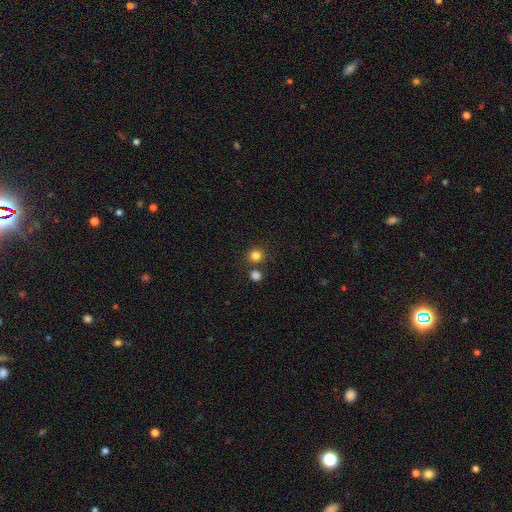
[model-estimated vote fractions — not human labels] The model was most divided on "merging": none: 77%, merger: 13%, minor disturbance: 7%, major disturbance: 3%. More confident: how rounded — round (90%); smooth or featured — smooth (81%).